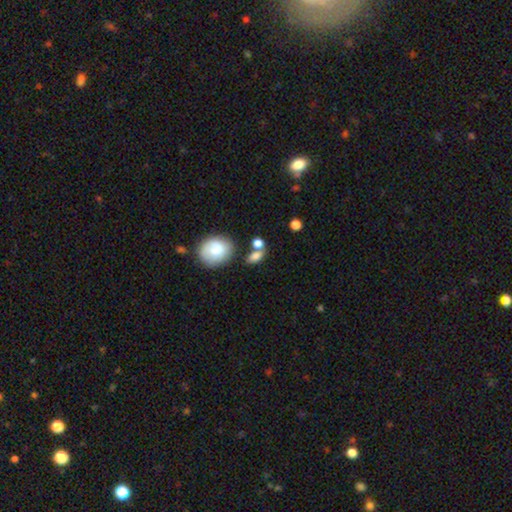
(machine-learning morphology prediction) Smooth or featured: smooth — 80% (featured or disk — 10%)
How rounded: in between — 70% (round — 25%)
Merging: none — 53% (merger — 25%)